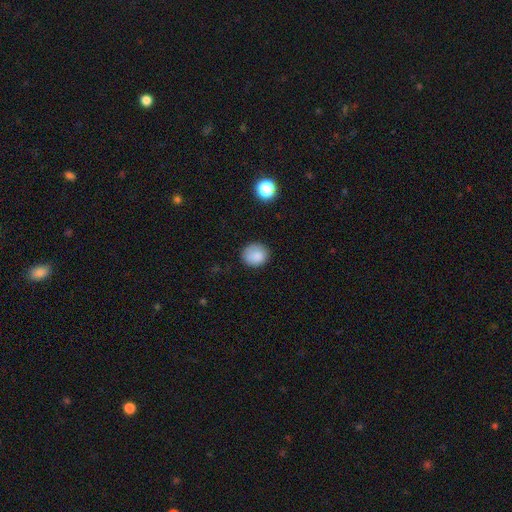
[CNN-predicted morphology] This is clearly a smooth galaxy (85%). How rounded: likely round (79%). Merging: clearly none (83%).